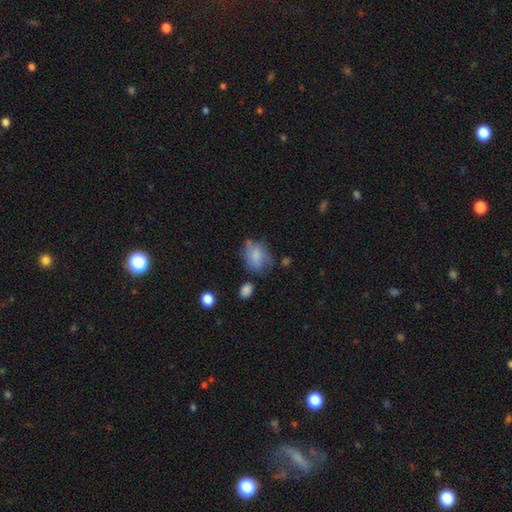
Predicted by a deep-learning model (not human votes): A smooth galaxy with no disk features (69%) that is in between round and cigar-shaped (66%).

Vote fractions:
- Smooth or featured? smooth: 69% / featured or disk: 21% / star or artifact: 9%
- How rounded? in between: 66% / round: 33% / cigar-shaped: 1%
- Merging? none: 46% / minor disturbance: 31% / major disturbance: 17% / merger: 6%